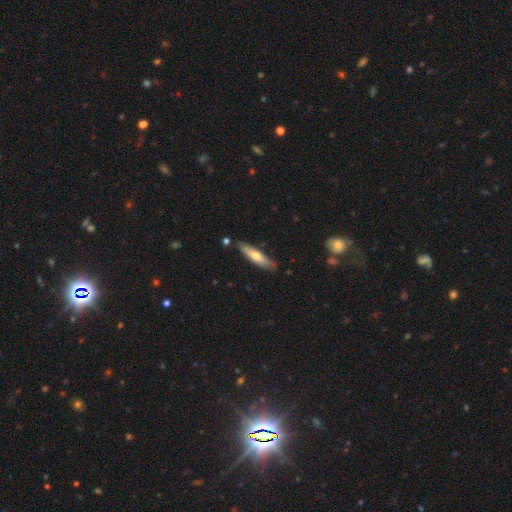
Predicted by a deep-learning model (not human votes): smooth-or-featured: smooth: 56% | featured or disk: 38% | star or artifact: 6%
  how-rounded: cigar-shaped: 76% | in between: 22% | round: 2%
  merging: none: 81% | minor disturbance: 13% | merger: 3% | major disturbance: 2%